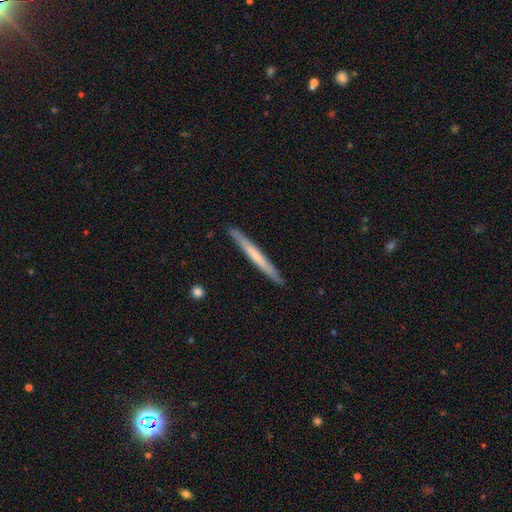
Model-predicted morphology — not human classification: This is possibly a smooth galaxy (53%). How rounded: clearly cigar-shaped (97%). Merging: clearly none (91%).